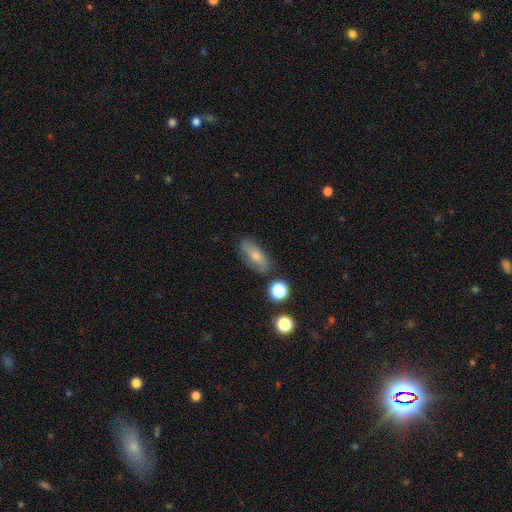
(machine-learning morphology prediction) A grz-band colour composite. It shows a smooth galaxy with no disk features (71%) that is in between round and cigar-shaped (78%). Merging: none (76%).